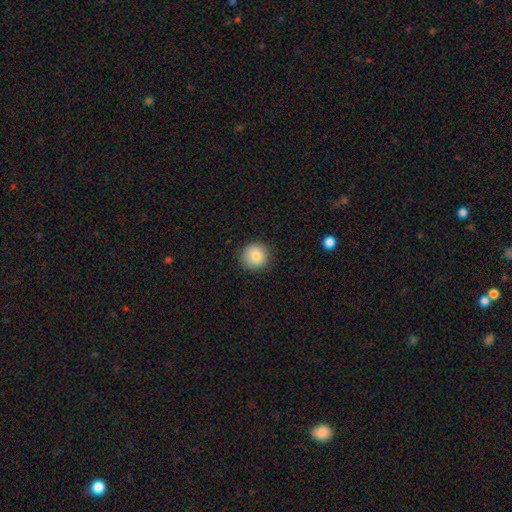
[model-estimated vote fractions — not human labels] This is clearly a smooth galaxy (84%). How rounded: clearly round (92%). Merging: clearly none (88%).